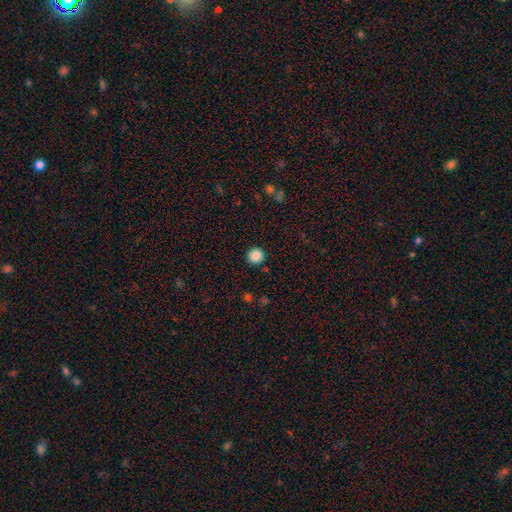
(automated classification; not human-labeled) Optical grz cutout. It shows a smooth galaxy with no disk features (87%) that is round (94%). Merging: none (91%).